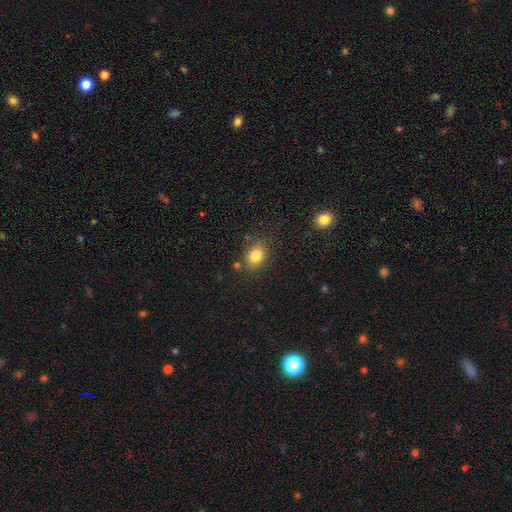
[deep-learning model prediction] Smooth or featured? smooth (83%)
How rounded? in between (60%)
Merging? none (80%)